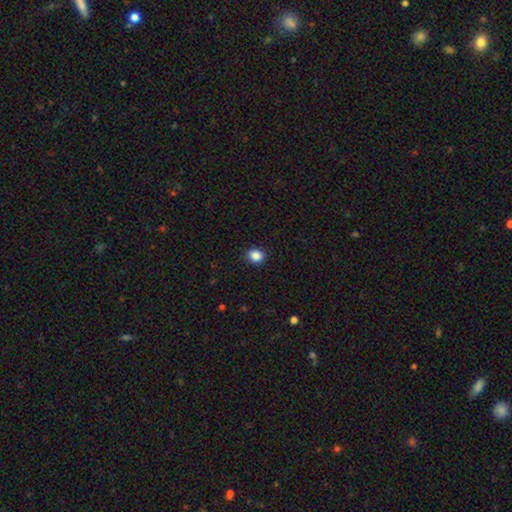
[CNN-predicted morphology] type=smooth (87%); roundness=round (65%); merging=none (90%).